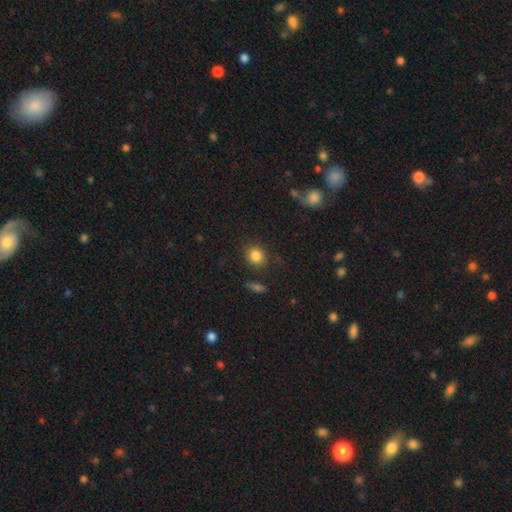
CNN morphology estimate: smooth_or_featured: smooth (p=0.84) [alt: star or artifact p=0.10]
how_rounded: round (p=0.77) [alt: in between p=0.21]
merging: none (p=0.81) [alt: minor disturbance p=0.12]